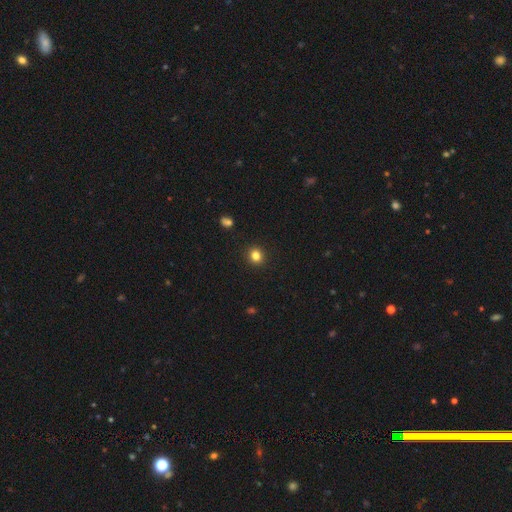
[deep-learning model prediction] A smooth galaxy with no disk features (82%) that is round (85%).

Vote fractions:
- Smooth or featured? smooth: 82% / star or artifact: 13% / featured or disk: 5%
- How rounded? round: 85% / in between: 14% / cigar-shaped: 1%
- Merging? none: 92% / minor disturbance: 5% / major disturbance: 2% / merger: 1%